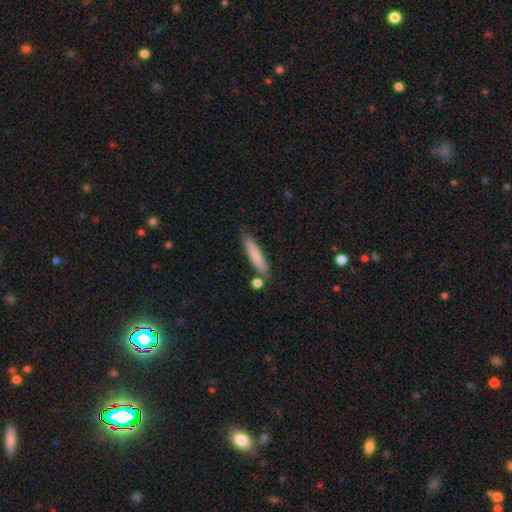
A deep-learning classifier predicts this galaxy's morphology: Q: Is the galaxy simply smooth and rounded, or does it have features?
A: smooth — 76%.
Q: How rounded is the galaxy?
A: cigar-shaped — 90%.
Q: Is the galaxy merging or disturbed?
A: none — 78%.